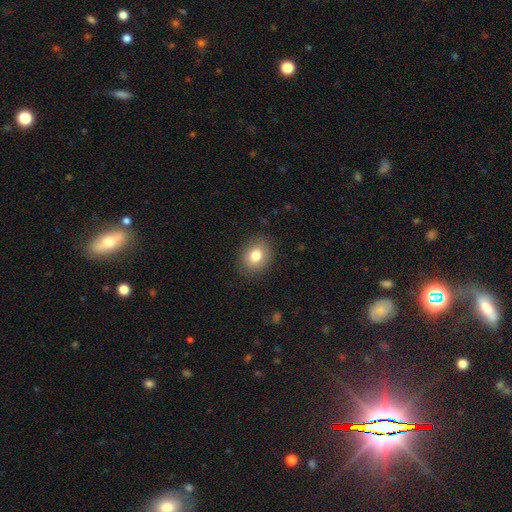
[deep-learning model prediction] Morphology: type=smooth (80%); roundness=in between (50%); merging=none (87%).